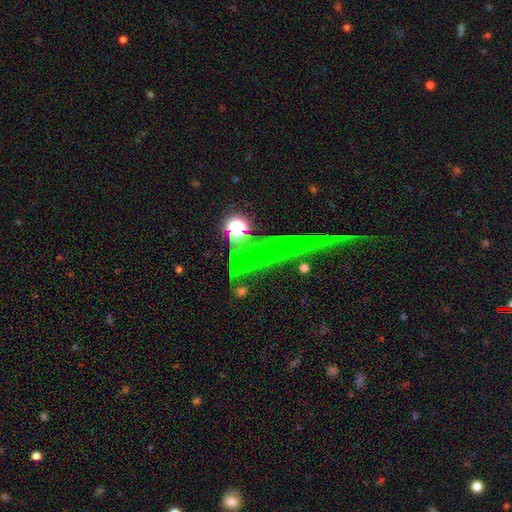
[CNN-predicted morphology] smooth_or_featured: star or artifact (p=0.70) [alt: smooth p=0.15]